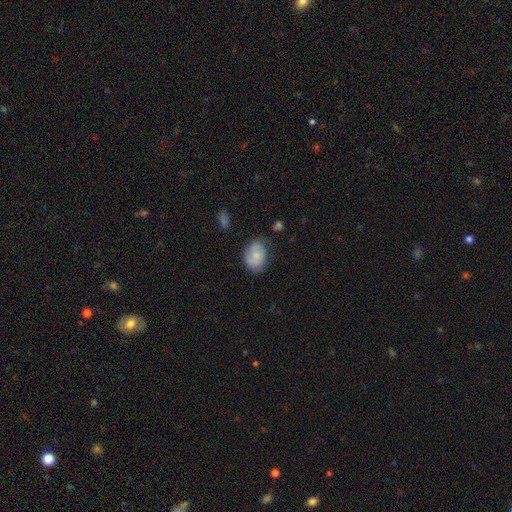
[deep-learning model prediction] Smooth or featured: smooth — 53% (featured or disk — 39%)
How rounded: in between — 67% (round — 31%)
Merging: none — 59% (minor disturbance — 29%)